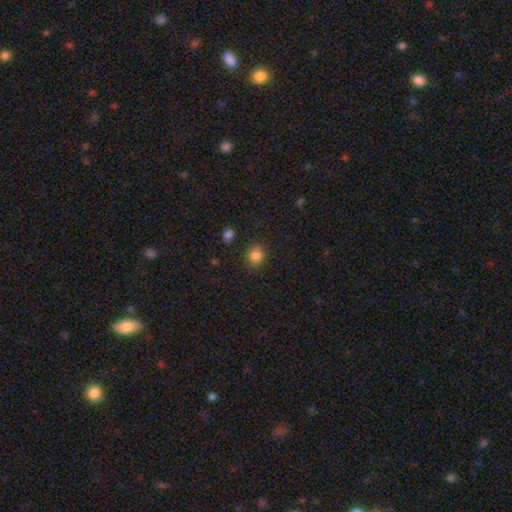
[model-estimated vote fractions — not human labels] This is clearly a smooth galaxy (85%). How rounded: likely round (77%). Merging: clearly none (85%).